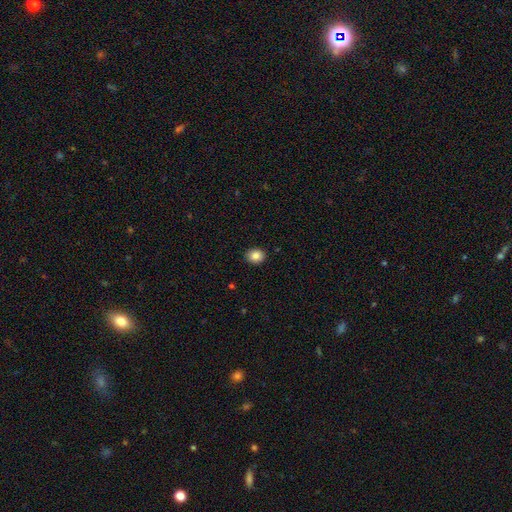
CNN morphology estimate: smooth 86%, star or artifact 9%, featured or disk 5%. Down the decision tree: how rounded — round (60%); merging — none (90%).